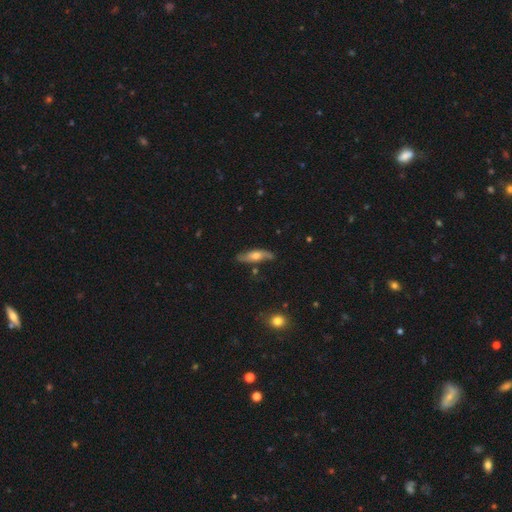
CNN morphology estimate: A featured or disk galaxy (54%). Merging: none (75%).